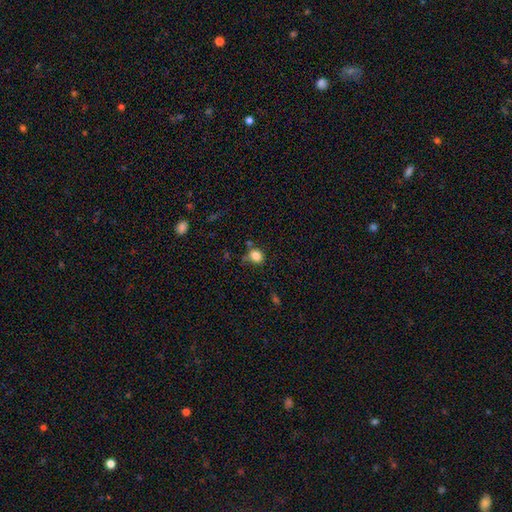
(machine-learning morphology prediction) smooth_or_featured: smooth (p=0.84) [alt: star or artifact p=0.11]
how_rounded: round (p=0.66) [alt: in between p=0.33]
merging: none (p=0.64) [alt: minor disturbance p=0.23]